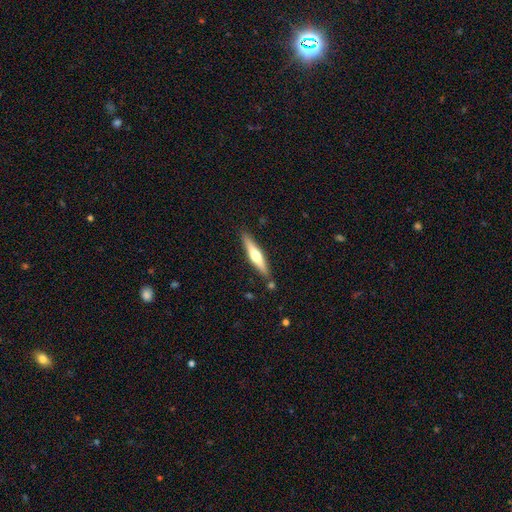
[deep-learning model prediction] Smooth or featured?
  - featured or disk: 55% *
  - smooth: 40%
  - star or artifact: 5%
Edge-on disk?
  - yes: 95% *
  - no: 5%
Edge-on bulge?
  - rounded: 91% *
  - none: 5%
  - boxy: 4%
Merging?
  - none: 86% *
  - minor disturbance: 9%
  - merger: 3%
  - major disturbance: 2%